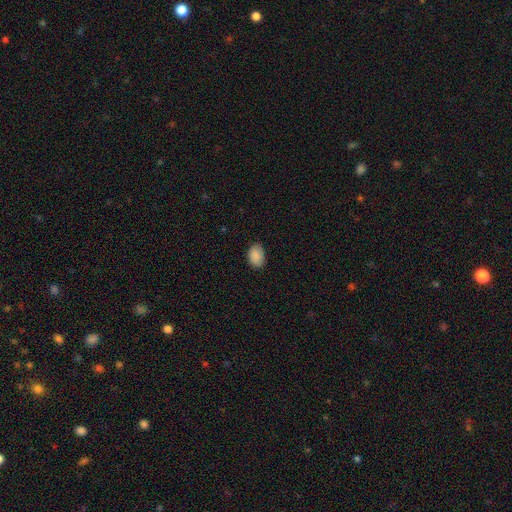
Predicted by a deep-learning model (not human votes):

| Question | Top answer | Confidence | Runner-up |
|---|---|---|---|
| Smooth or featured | smooth | 89% | star or artifact (7%) |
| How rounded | in between | 84% | round (15%) |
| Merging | none | 82% | minor disturbance (14%) |